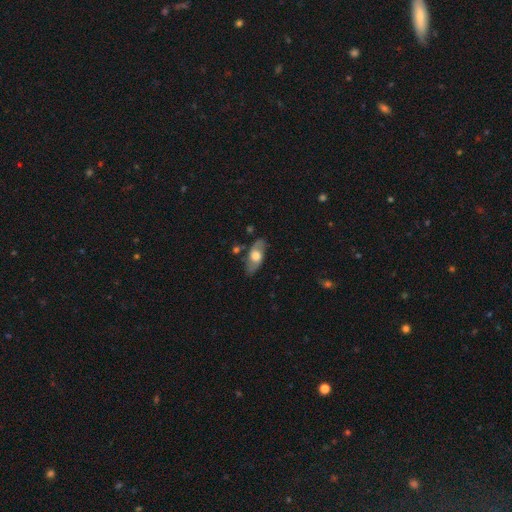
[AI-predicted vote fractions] Overall: featured or disk (49%; smooth 45%). Merging: none (78%).